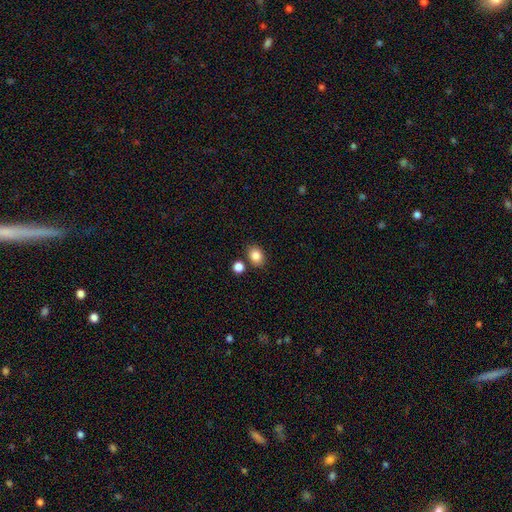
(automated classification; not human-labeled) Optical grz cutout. It shows a smooth galaxy with no disk features (85%) that is in between round and cigar-shaped (53%). Merging: none (80%).